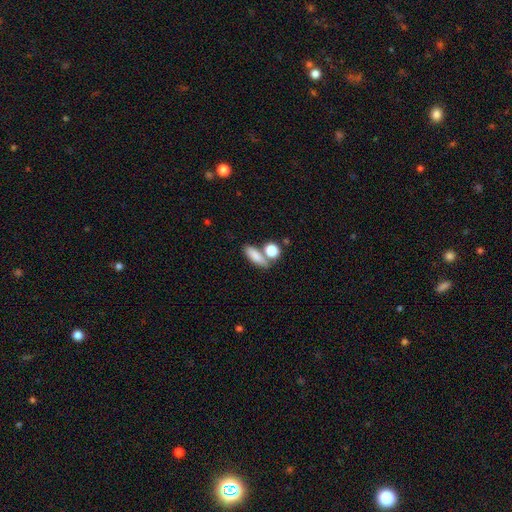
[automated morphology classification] smooth 82%, featured or disk 10%, star or artifact 8%. Down the decision tree: how rounded — in between (60%); merging — none (55%).